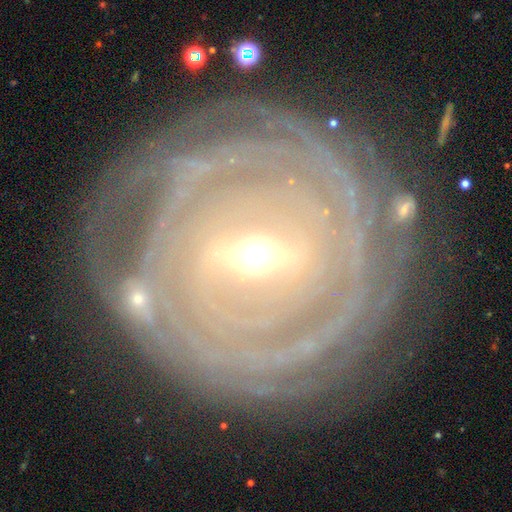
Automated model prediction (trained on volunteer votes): Morphology: type=featured or disk (88%); edge-on=no (95%); bar=strong (51%); spiral arms=yes (94%); winding=tight (89%); arm count=can't tell (34%); bulge=moderate (50%); merging=none (81%).